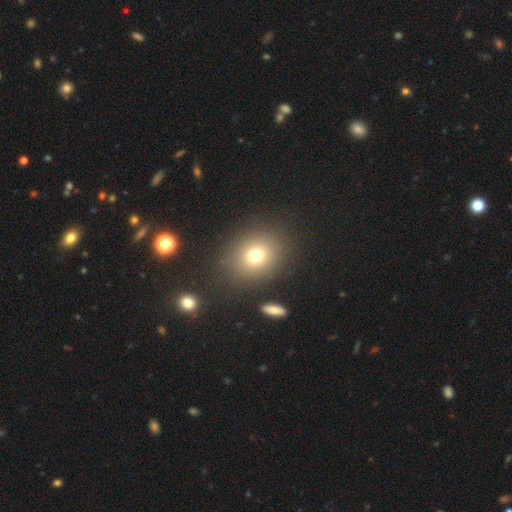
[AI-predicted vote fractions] This appears to be a smooth galaxy with no disk features (73%) that is round (62%). Merging: none (84%).